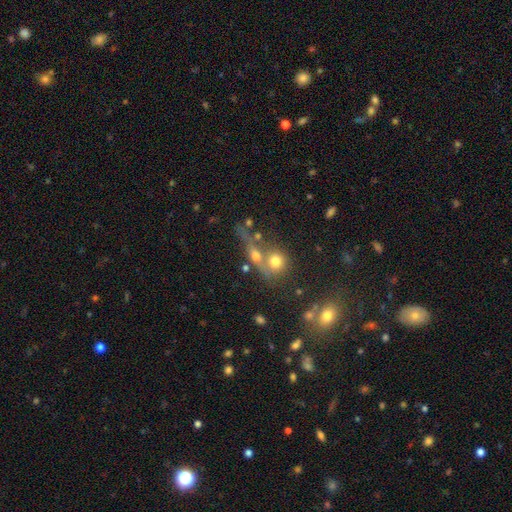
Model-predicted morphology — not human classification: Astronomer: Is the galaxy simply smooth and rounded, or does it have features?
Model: smooth — 53% (runner-up: featured or disk, 30%).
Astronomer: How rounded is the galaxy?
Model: round — 49% (runner-up: in between, 32%).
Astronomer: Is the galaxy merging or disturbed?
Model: merger — 46% (runner-up: none, 35%).